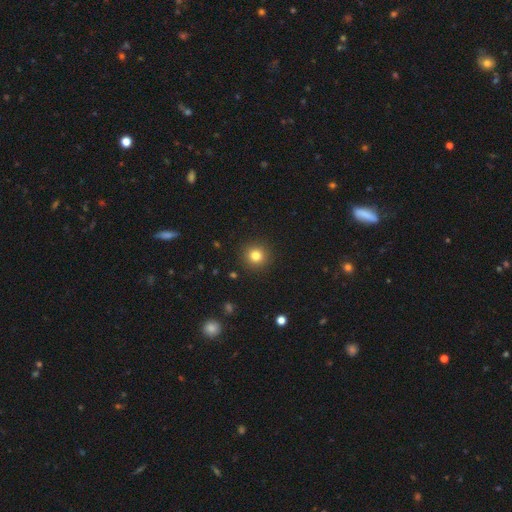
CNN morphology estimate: smooth 81%, star or artifact 13%, featured or disk 6%. Down the decision tree: how rounded — round (94%); merging — none (92%).